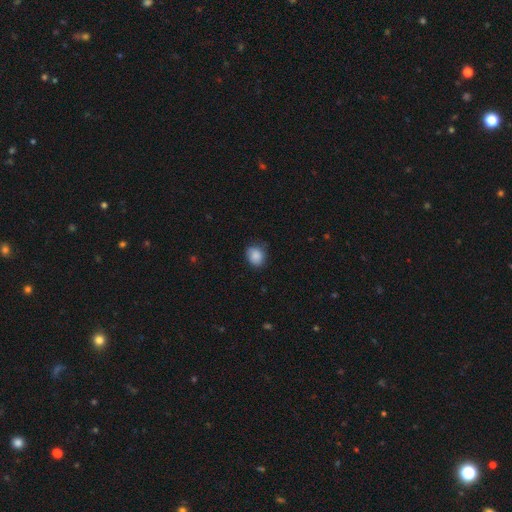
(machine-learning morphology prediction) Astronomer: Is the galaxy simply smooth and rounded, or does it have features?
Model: smooth — 87%.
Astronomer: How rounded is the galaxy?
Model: round — 59% (runner-up: in between, 40%).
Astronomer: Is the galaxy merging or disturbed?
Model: none — 72%.